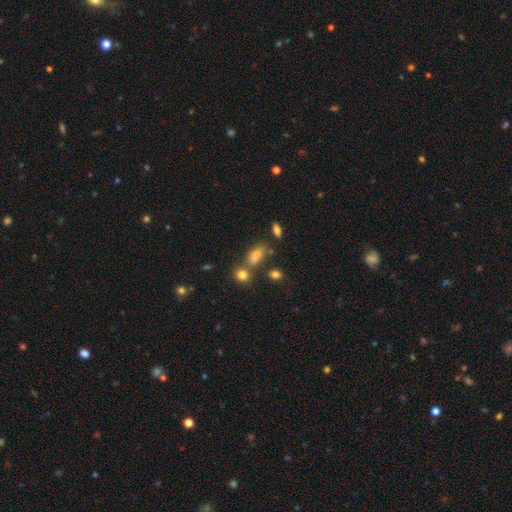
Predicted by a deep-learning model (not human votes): smooth 79%, star or artifact 12%, featured or disk 9%. Down the decision tree: how rounded — in between (75%); merging — none (56%).